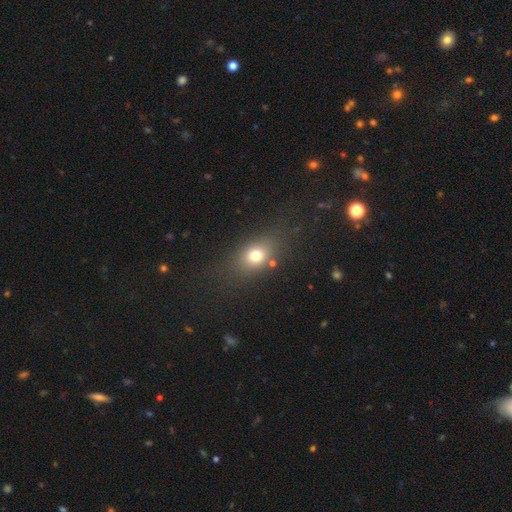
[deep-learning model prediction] Smooth or featured?
  - smooth: 73% *
  - star or artifact: 14%
  - featured or disk: 13%
How rounded?
  - in between: 60% *
  - round: 37%
  - cigar-shaped: 3%
Merging?
  - none: 74% *
  - minor disturbance: 14%
  - major disturbance: 8%
  - merger: 4%